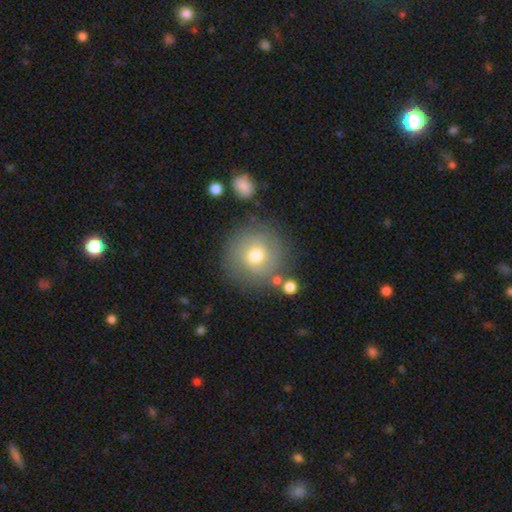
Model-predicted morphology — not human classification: Overall: smooth (64%; featured or disk 25%). How rounded: round (93%). Merging: none (78%).